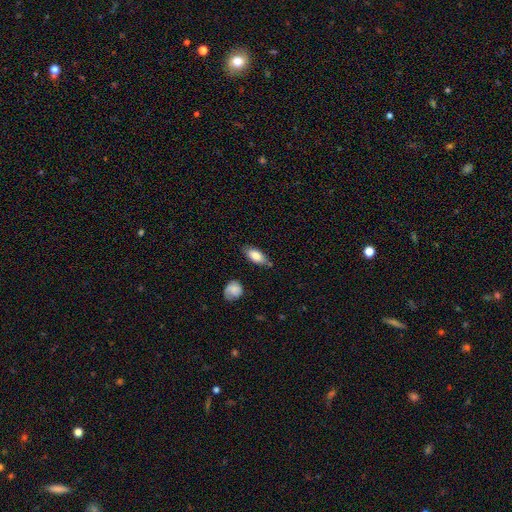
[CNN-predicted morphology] Smooth or featured?
  - smooth: 81% *
  - featured or disk: 12%
  - star or artifact: 6%
How rounded?
  - in between: 84% *
  - cigar-shaped: 13%
  - round: 3%
Merging?
  - none: 71% *
  - minor disturbance: 21%
  - major disturbance: 4%
  - merger: 4%